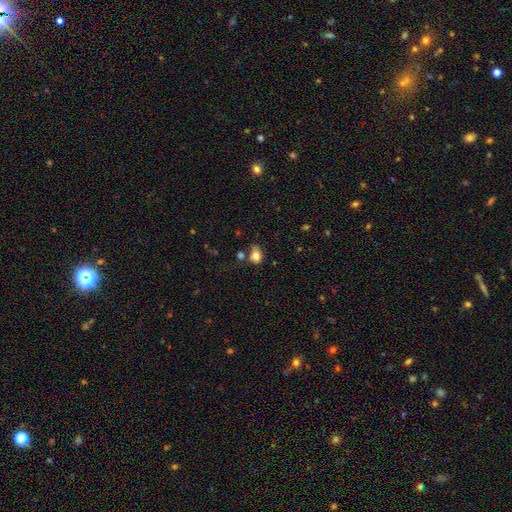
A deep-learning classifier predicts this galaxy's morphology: Smooth or featured?
  - smooth: 79% *
  - featured or disk: 11%
  - star or artifact: 10%
How rounded?
  - in between: 69% *
  - round: 30%
  - cigar-shaped: 1%
Merging?
  - none: 53% *
  - minor disturbance: 25%
  - merger: 15%
  - major disturbance: 8%